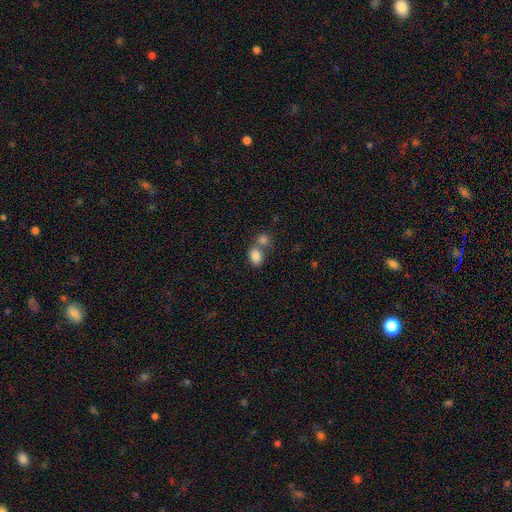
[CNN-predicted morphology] type=smooth (84%); roundness=in between (71%); merging=merger (48%).